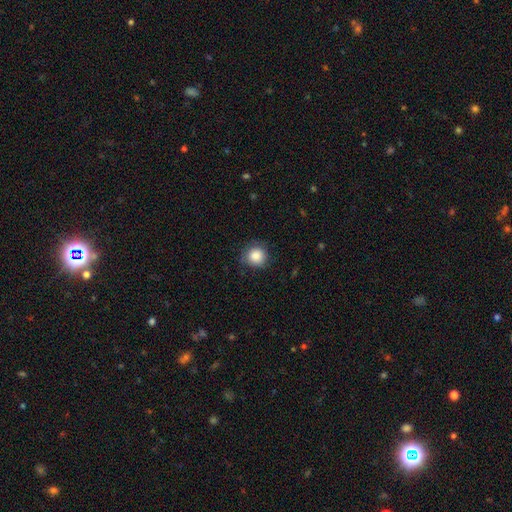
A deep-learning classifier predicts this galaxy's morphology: This appears to be a smooth galaxy with no disk features (85%) that is round (90%). Merging: none (78%).